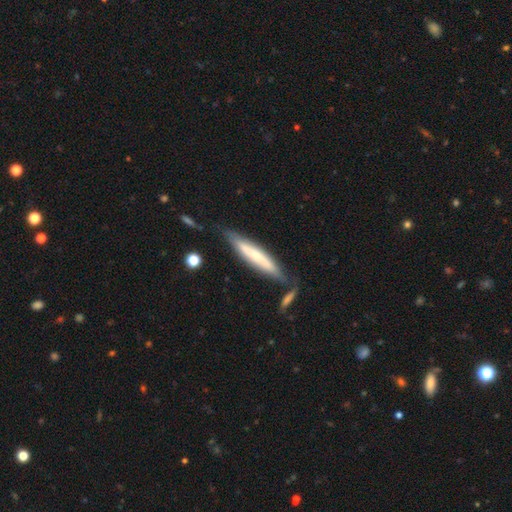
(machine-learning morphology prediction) The model was most divided on "smooth or featured": smooth: 51%, featured or disk: 43%, star or artifact: 6%. More confident: how rounded — cigar-shaped (89%); merging — none (67%).